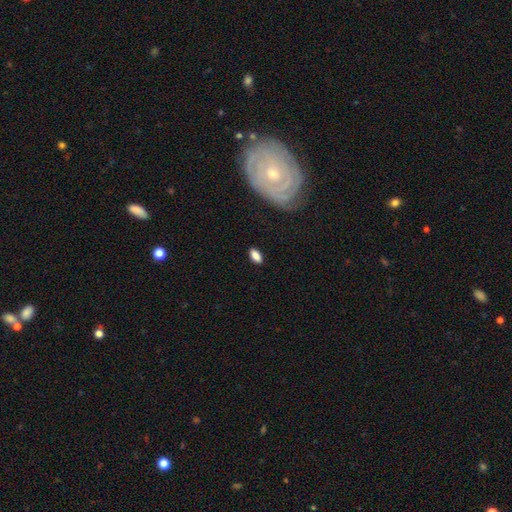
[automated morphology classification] Q: Smooth or featured?
A: smooth (85%); runner-up: featured or disk (8%)
Q: How rounded?
A: in between (89%); runner-up: cigar-shaped (7%)
Q: Merging?
A: none (85%); runner-up: minor disturbance (10%)